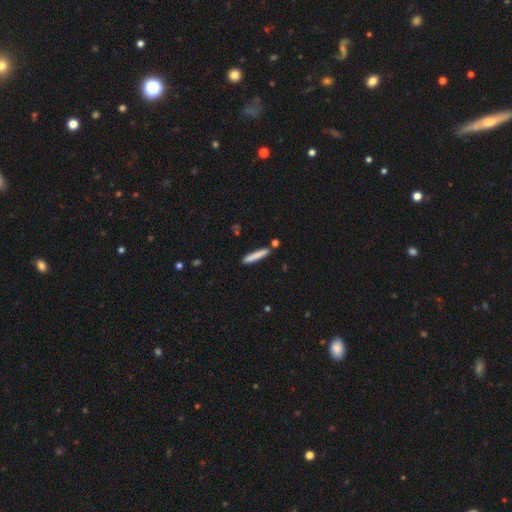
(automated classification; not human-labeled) A smooth galaxy with no disk features (81%) that is cigar-shaped (93%).

Vote fractions:
- Smooth or featured? smooth: 81% / featured or disk: 13% / star or artifact: 6%
- How rounded? cigar-shaped: 93% / in between: 6% / round: 1%
- Merging? none: 84% / minor disturbance: 9% / merger: 5% / major disturbance: 2%